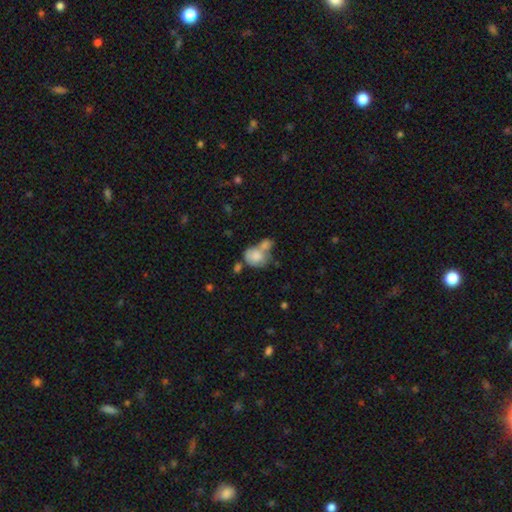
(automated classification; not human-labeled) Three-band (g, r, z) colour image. It shows a smooth galaxy with no disk features (77%) that is in between round and cigar-shaped (51%). Merging: merger (57%).